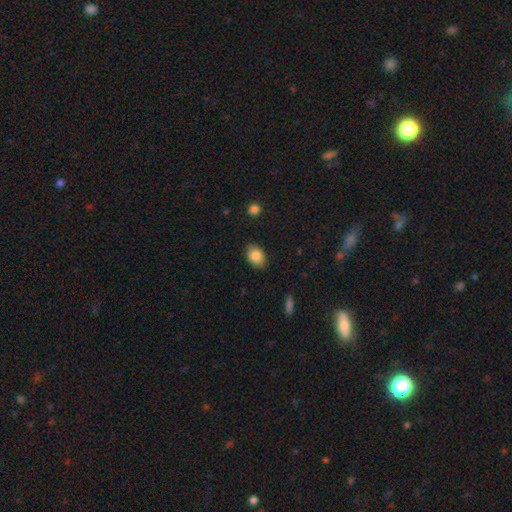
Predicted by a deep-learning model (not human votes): smooth-or-featured: smooth: 86% | star or artifact: 8% | featured or disk: 6%
  how-rounded: in between: 78% | round: 21% | cigar-shaped: 1%
  merging: none: 85% | minor disturbance: 11% | major disturbance: 2% | merger: 1%